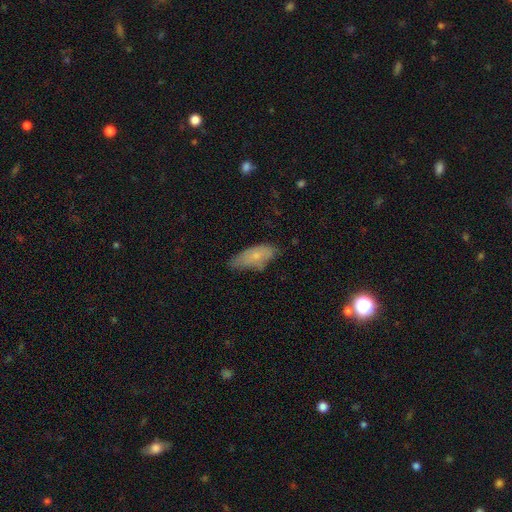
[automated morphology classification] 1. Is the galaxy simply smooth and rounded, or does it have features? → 68% smooth, 25% featured or disk, 7% star or artifact.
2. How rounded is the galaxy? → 76% in between, 22% cigar-shaped, 3% round.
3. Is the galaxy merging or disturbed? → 58% none, 32% minor disturbance, 7% major disturbance, 3% merger.